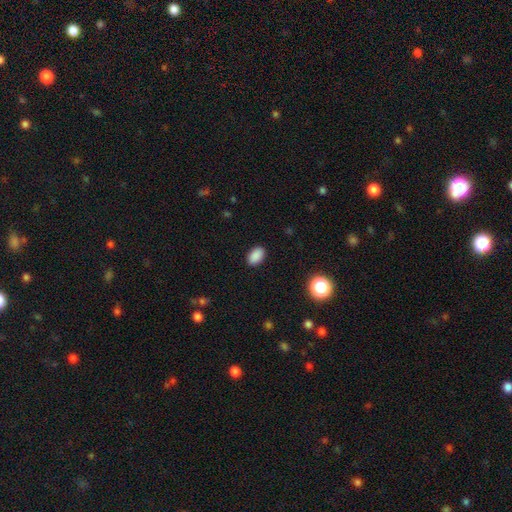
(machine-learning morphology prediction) The model was most divided on "smooth or featured": smooth: 88%, star or artifact: 9%, featured or disk: 3%. More confident: how rounded — in between (90%); merging — none (90%).